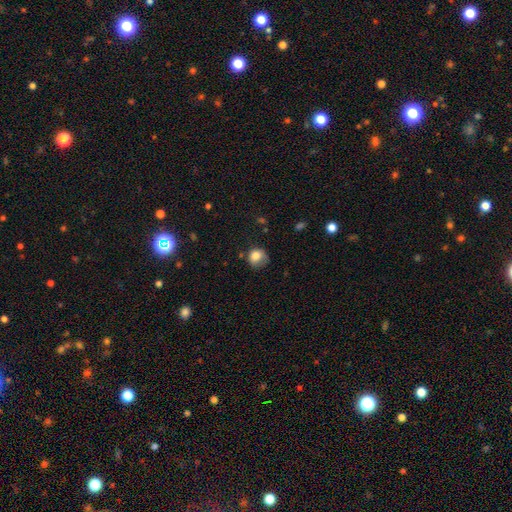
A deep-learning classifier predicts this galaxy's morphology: Q: Smooth or featured?
A: smooth (80%); runner-up: featured or disk (11%)
Q: How rounded?
A: round (76%); runner-up: in between (23%)
Q: Merging?
A: none (48%); runner-up: minor disturbance (33%)